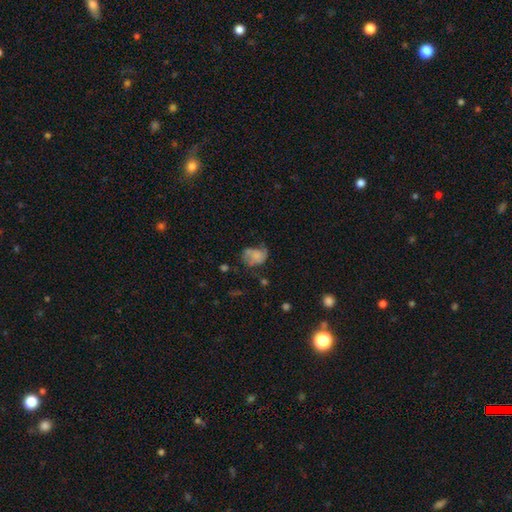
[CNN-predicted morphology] Smooth or featured? Predicted: smooth (p=0.54). How rounded? Predicted: in between (p=0.65). Merging? Predicted: none (p=0.34).